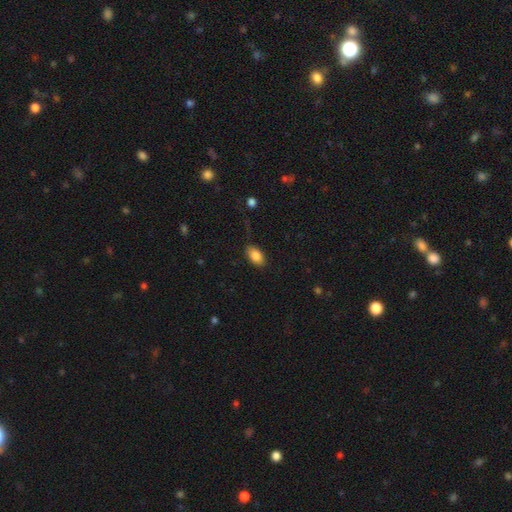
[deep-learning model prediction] smooth 85%, star or artifact 8%, featured or disk 8%. Down the decision tree: how rounded — in between (91%); merging — none (83%).